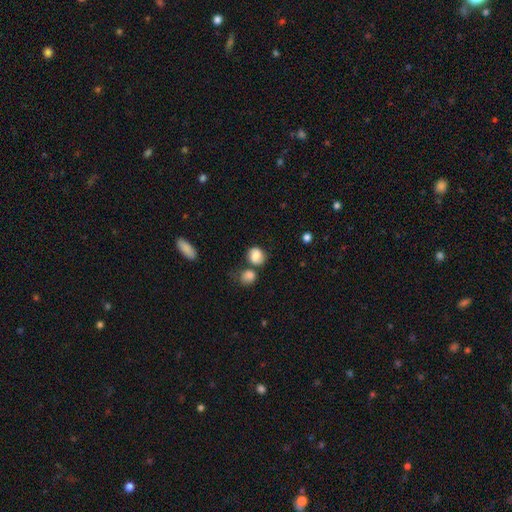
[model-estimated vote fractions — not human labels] Smooth or featured: smooth — 82% (featured or disk — 9%)
How rounded: round — 69% (in between — 30%)
Merging: none — 52% (merger — 25%)